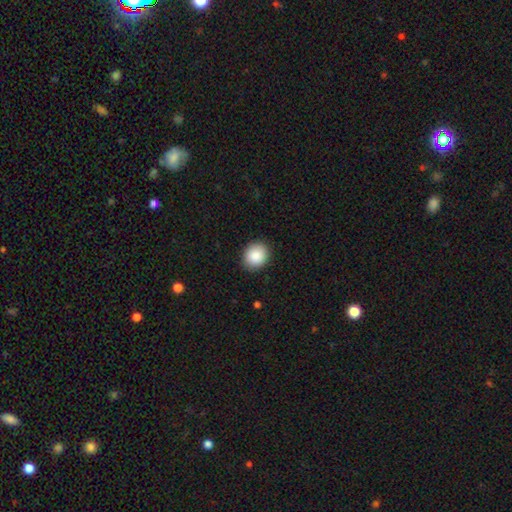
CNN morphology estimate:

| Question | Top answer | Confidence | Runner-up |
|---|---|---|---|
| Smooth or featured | smooth | 88% | star or artifact (7%) |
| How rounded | round | 71% | in between (28%) |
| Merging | none | 90% | minor disturbance (7%) |